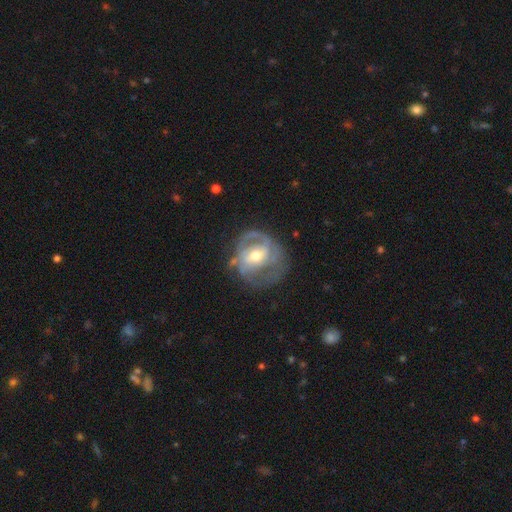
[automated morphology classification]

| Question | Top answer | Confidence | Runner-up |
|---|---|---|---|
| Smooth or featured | featured or disk | 79% | smooth (15%) |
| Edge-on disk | no | 97% | yes (3%) |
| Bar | weak | 43% | no (40%) |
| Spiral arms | yes | 82% | no (18%) |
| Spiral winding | tight | 45% | medium (40%) |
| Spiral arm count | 2 | 43% | can't tell (27%) |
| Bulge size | moderate | 67% | small (25%) |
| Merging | none | 52% | minor disturbance (23%) |